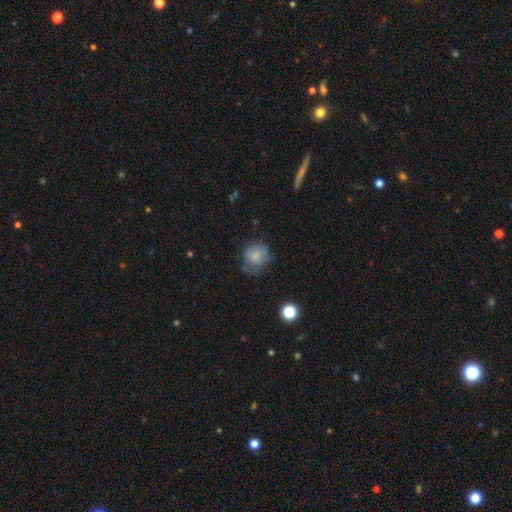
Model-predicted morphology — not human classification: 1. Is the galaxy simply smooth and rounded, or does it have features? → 67% smooth, 23% featured or disk, 10% star or artifact.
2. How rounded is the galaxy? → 75% round, 24% in between, 1% cigar-shaped.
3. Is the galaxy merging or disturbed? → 45% none, 31% minor disturbance, 21% major disturbance, 3% merger.